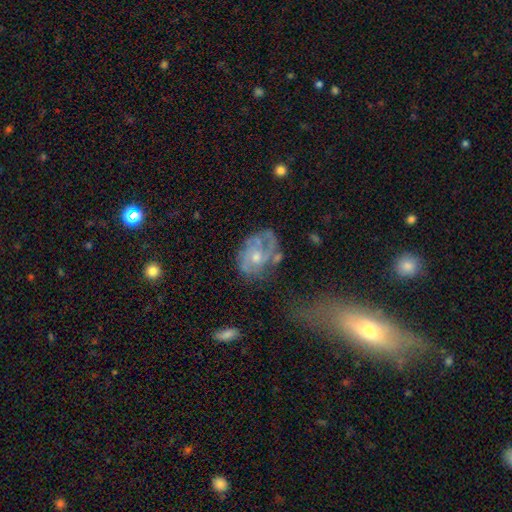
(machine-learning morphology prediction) Smooth or featured: featured or disk — 74% (smooth — 19%)
Edge-on disk: no — 97% (yes — 3%)
Bar: no — 75% (weak — 22%)
Spiral arms: yes — 79% (no — 21%)
Spiral winding: tight — 45% (medium — 40%)
Spiral arm count: 2 — 36% (can't tell — 34%)
Bulge size: moderate — 55% (small — 37%)
Merging: none — 51% (minor disturbance — 24%)